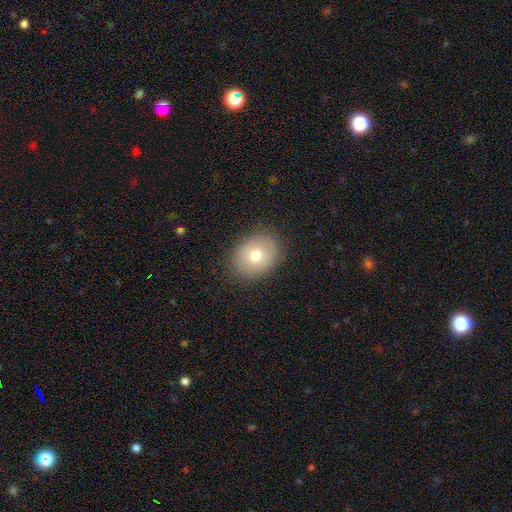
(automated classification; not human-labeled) A smooth galaxy with no disk features (74%) that is in between round and cigar-shaped (53%).

Vote fractions:
- Smooth or featured? smooth: 74% / featured or disk: 16% / star or artifact: 10%
- How rounded? in between: 53% / round: 46% / cigar-shaped: 1%
- Merging? none: 87% / minor disturbance: 9% / major disturbance: 3% / merger: 1%